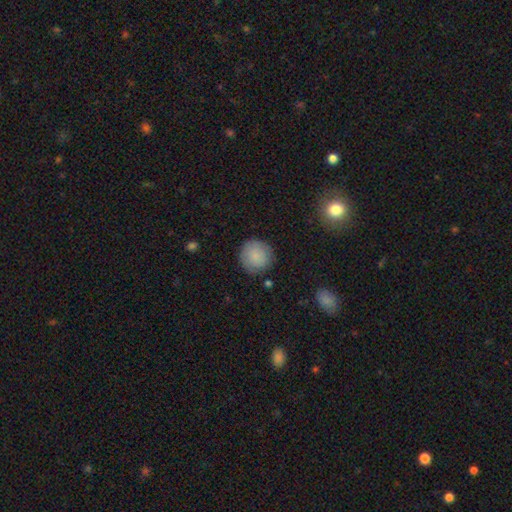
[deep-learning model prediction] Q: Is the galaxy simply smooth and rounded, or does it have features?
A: smooth — 86%.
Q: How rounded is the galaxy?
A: round — 94%.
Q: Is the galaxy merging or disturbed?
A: none — 85%.